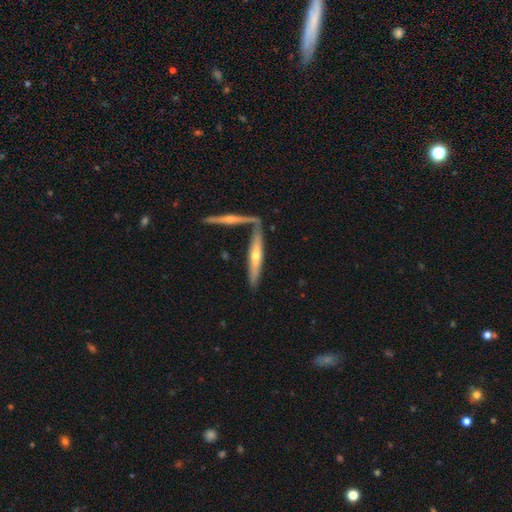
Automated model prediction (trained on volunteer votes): featured or disk 61%, smooth 34%, star or artifact 6%. Down the decision tree: edge-on disk — yes (90%); edge-on bulge — rounded (82%); merging — none (63%).